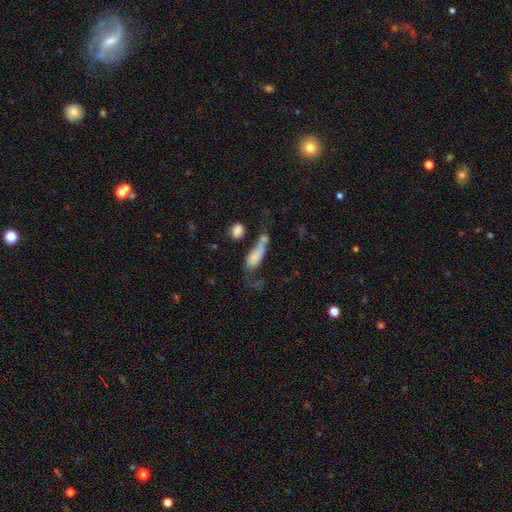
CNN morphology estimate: smooth_or_featured: smooth (p=0.68) [alt: featured or disk p=0.23]
how_rounded: in between (p=0.76) [alt: cigar-shaped p=0.18]
merging: merger (p=0.37) [alt: major disturbance p=0.26]